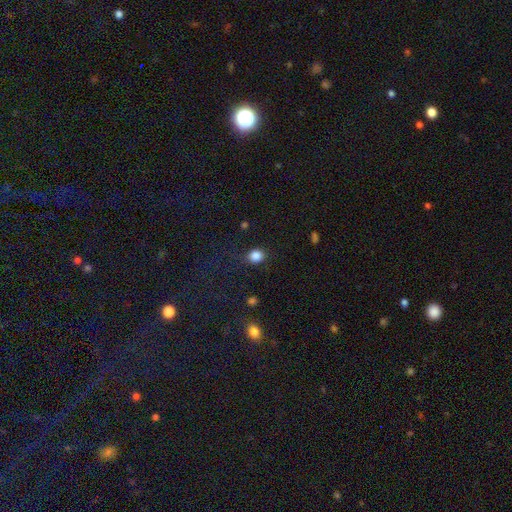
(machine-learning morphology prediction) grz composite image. It shows a smooth galaxy with no disk features (85%) that is round (72%). Merging: none (80%).